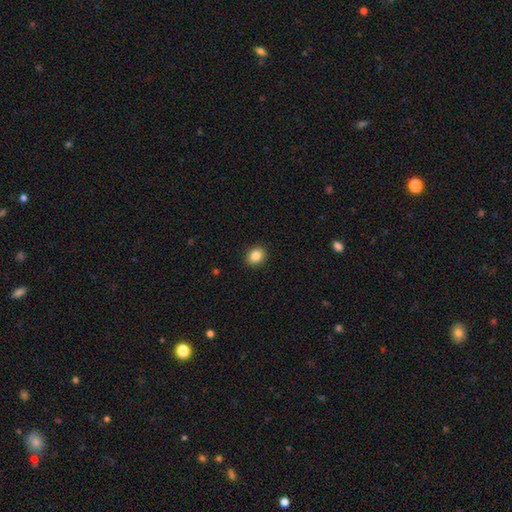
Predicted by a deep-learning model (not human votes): This is clearly a smooth galaxy (86%). How rounded: possibly in between (52%). Merging: clearly none (90%).